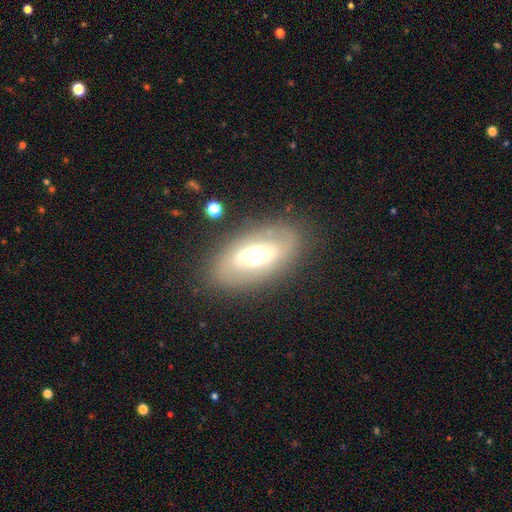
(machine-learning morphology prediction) featured or disk 67%, smooth 26%, star or artifact 7%. Down the decision tree: edge-on disk — no (90%); bar — no (45%); spiral arms — yes (57%); bulge size — moderate (63%); merging — none (81%).